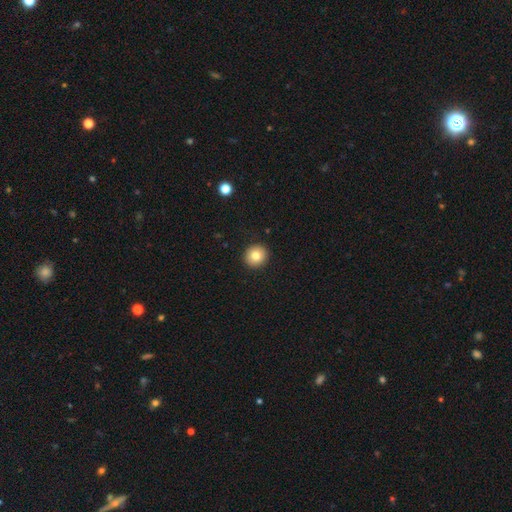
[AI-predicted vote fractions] smooth 79%, featured or disk 11%, star or artifact 10%. Down the decision tree: how rounded — round (90%); merging — none (92%).